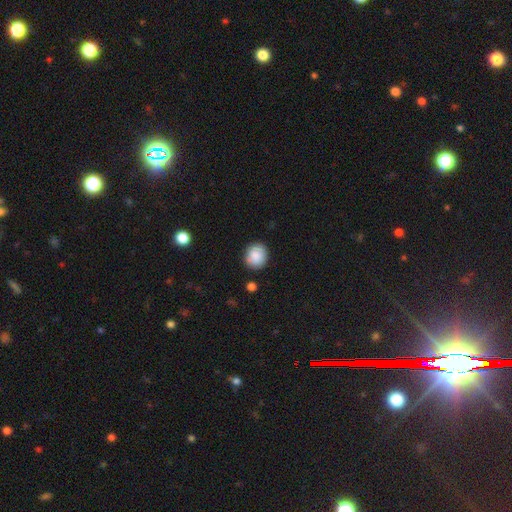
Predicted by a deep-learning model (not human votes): Q: Smooth or featured?
A: smooth (86%); runner-up: star or artifact (8%)
Q: How rounded?
A: round (81%); runner-up: in between (18%)
Q: Merging?
A: none (84%); runner-up: minor disturbance (11%)